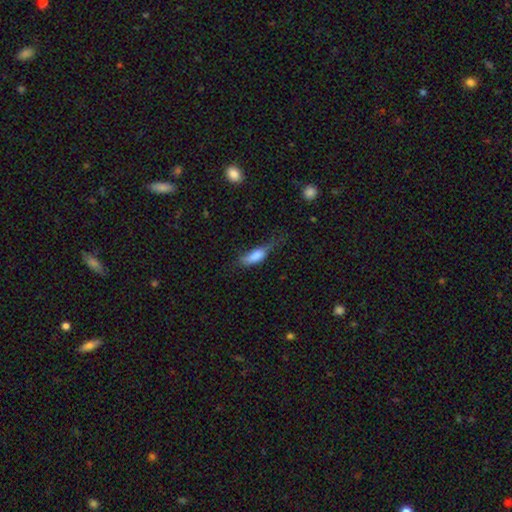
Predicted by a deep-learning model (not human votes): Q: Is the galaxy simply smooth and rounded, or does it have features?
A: smooth — 77%.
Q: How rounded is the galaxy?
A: in between — 70%.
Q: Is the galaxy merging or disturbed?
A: minor disturbance — 37%.